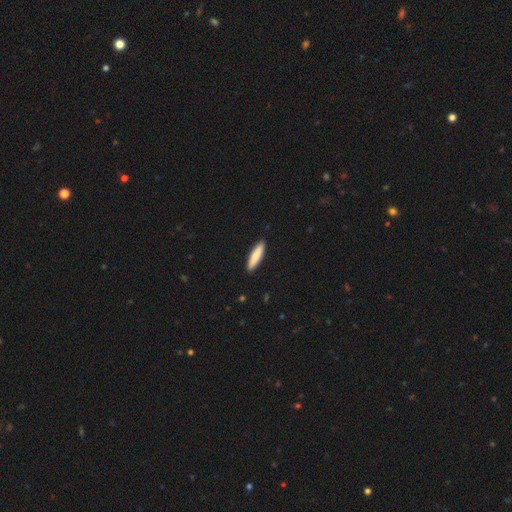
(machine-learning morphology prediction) Q: Smooth or featured?
A: smooth (81%); runner-up: featured or disk (14%)
Q: How rounded?
A: cigar-shaped (80%); runner-up: in between (19%)
Q: Merging?
A: none (92%); runner-up: minor disturbance (6%)